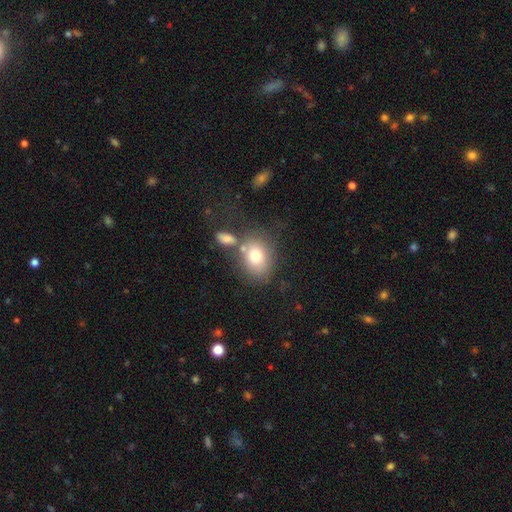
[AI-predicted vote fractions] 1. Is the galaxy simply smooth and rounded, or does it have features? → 74% smooth, 16% featured or disk, 10% star or artifact.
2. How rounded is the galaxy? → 62% in between, 37% round, 1% cigar-shaped.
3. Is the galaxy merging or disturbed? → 55% none, 20% merger, 16% minor disturbance, 8% major disturbance.